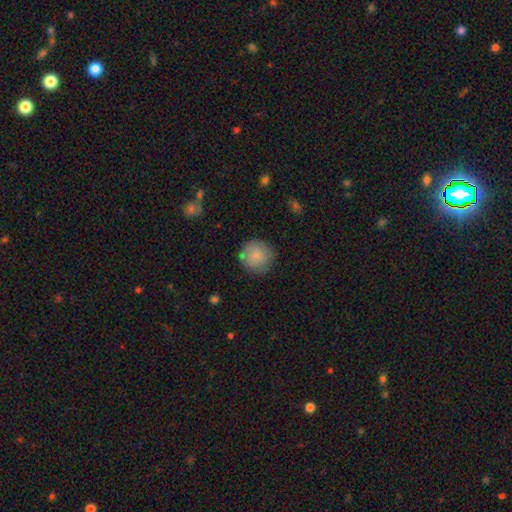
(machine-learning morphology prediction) type=smooth (82%); roundness=round (94%); merging=none (83%).